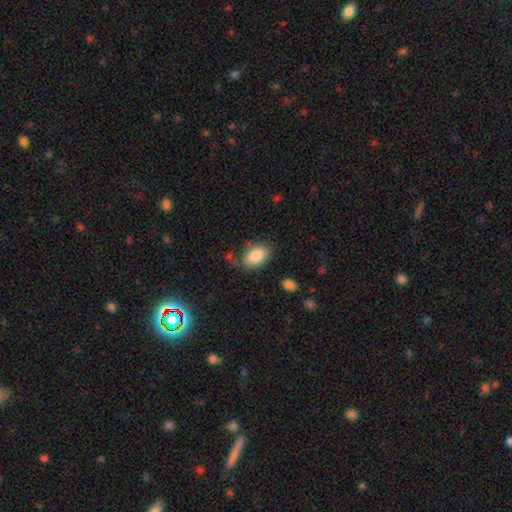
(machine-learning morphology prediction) smooth_or_featured: smooth (p=0.85) [alt: featured or disk p=0.08]
how_rounded: in between (p=0.88) [alt: round p=0.10]
merging: none (p=0.65) [alt: minor disturbance p=0.22]